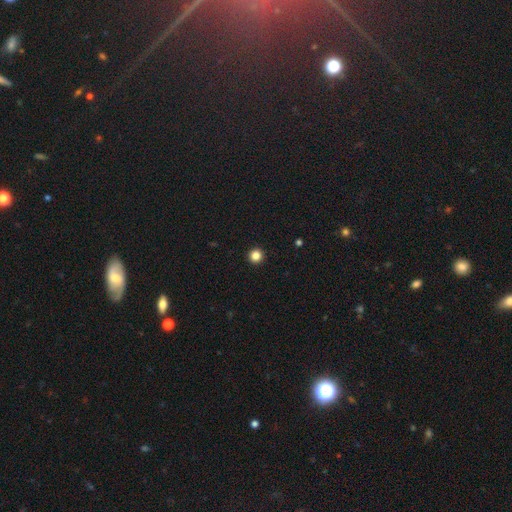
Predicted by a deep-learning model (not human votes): Morphology: type=smooth (85%); roundness=round (96%); merging=none (94%).